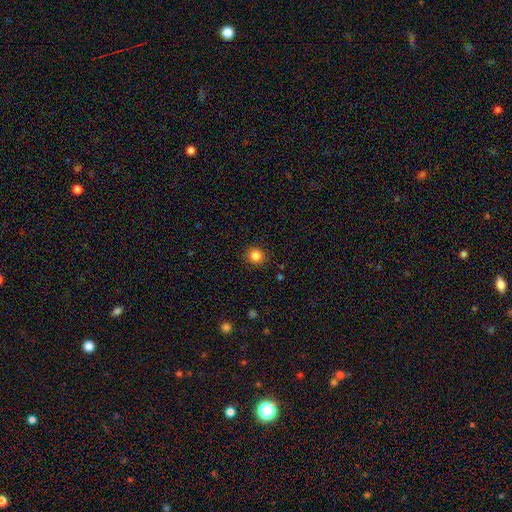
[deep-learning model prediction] Smooth or featured? Predicted: smooth (p=0.85). How rounded? Predicted: round (p=0.90). Merging? Predicted: none (p=0.89).